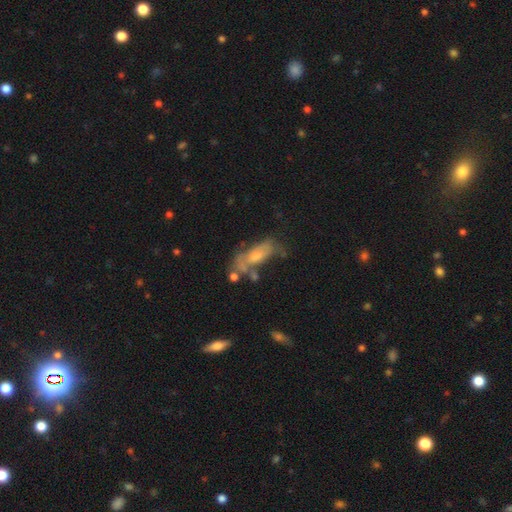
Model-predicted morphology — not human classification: type=featured or disk (48%); merging=none (34%).